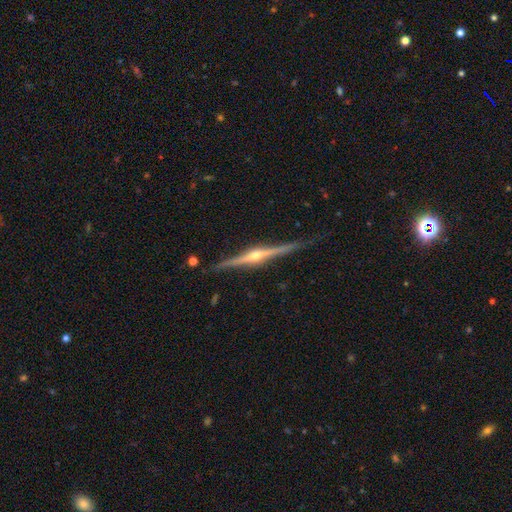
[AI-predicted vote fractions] Overall: featured or disk (87%). Edge-on disk: yes (98%). Edge-on bulge: rounded (92%). Merging: none (87%).